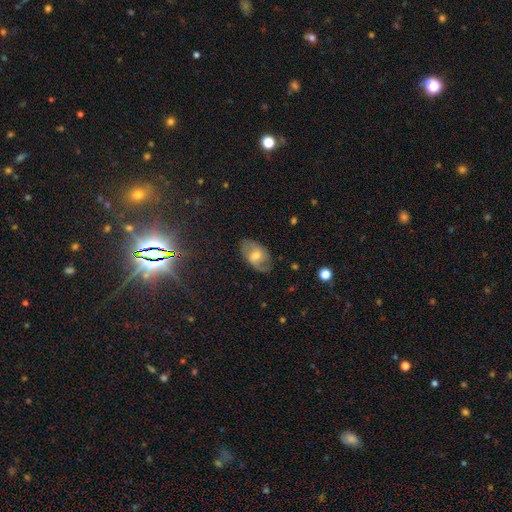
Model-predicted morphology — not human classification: Smooth or featured?
  - featured or disk: 59% *
  - smooth: 32%
  - star or artifact: 9%
Edge-on disk?
  - no: 94% *
  - yes: 6%
Bar?
  - weak: 51% *
  - no: 36%
  - strong: 14%
Spiral arms?
  - yes: 81% *
  - no: 19%
Bulge size?
  - moderate: 59% *
  - small: 32%
  - large: 5%
  - none: 2%
  - dominant: 1%
Merging?
  - none: 73% *
  - minor disturbance: 19%
  - major disturbance: 7%
  - merger: 1%